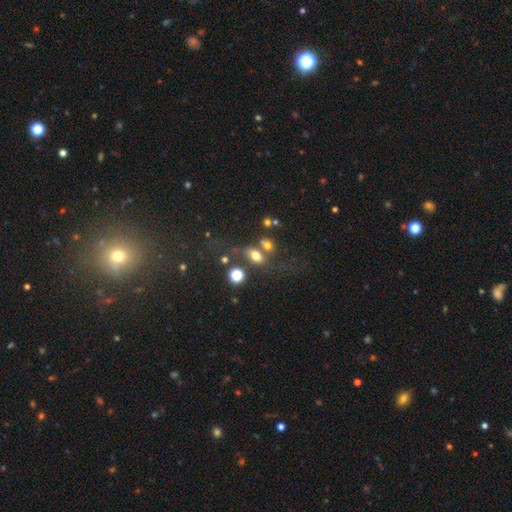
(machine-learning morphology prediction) A smooth galaxy with no disk features (70%) that is in between round and cigar-shaped (74%). Merging: none (46%).